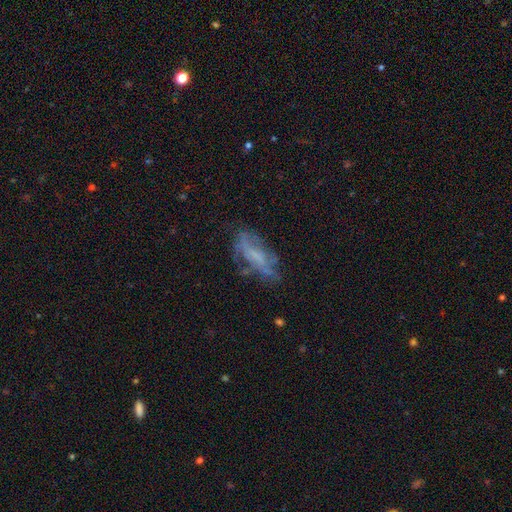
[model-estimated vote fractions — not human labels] This appears to be a featured or disk galaxy (53%). Merging: none (53%).